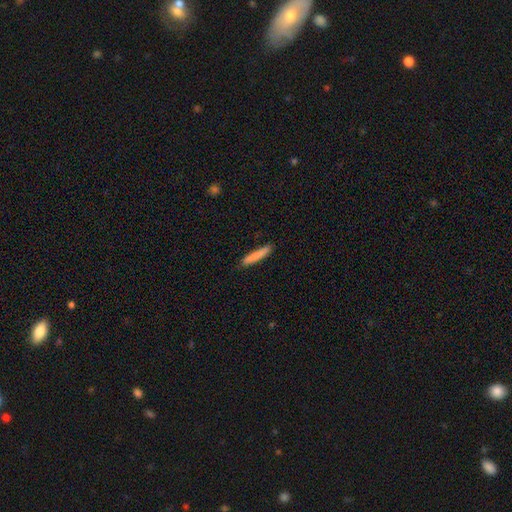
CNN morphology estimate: smooth-or-featured: smooth: 83% | featured or disk: 11% | star or artifact: 6%
  how-rounded: cigar-shaped: 92% | in between: 7% | round: 1%
  merging: none: 87% | minor disturbance: 10% | major disturbance: 2% | merger: 1%